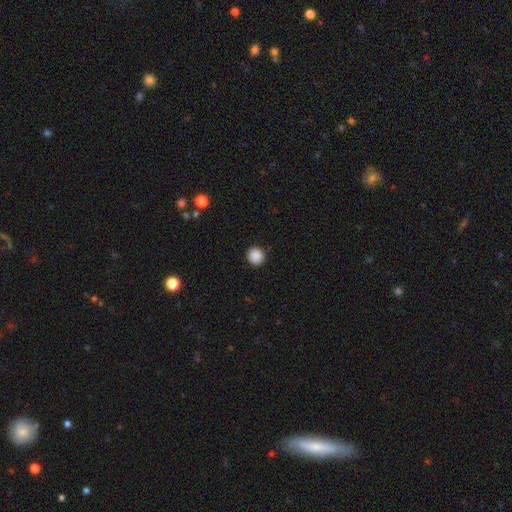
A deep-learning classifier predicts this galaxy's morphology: type=smooth (88%); roundness=round (92%); merging=none (92%).